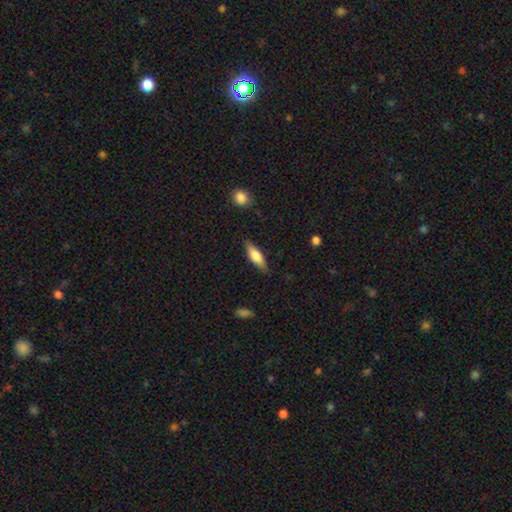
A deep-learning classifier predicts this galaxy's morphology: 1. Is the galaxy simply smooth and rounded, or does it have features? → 68% smooth, 25% featured or disk, 6% star or artifact.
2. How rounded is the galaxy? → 52% in between, 46% cigar-shaped, 2% round.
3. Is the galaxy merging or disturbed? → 82% none, 13% minor disturbance, 3% major disturbance, 1% merger.